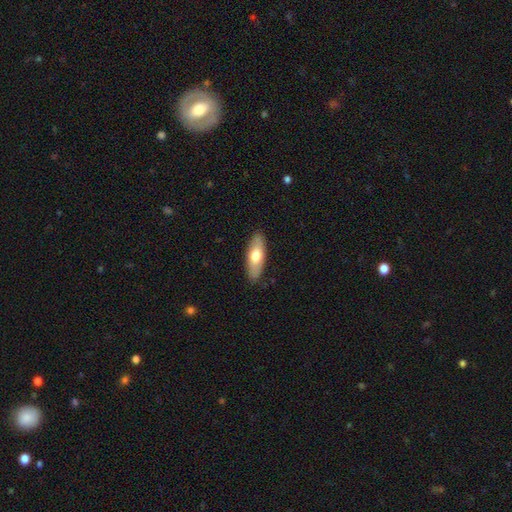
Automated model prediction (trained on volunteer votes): Overall: smooth (67%; featured or disk 28%). How rounded: in between (67%; cigar-shaped 30%). Merging: none (88%).